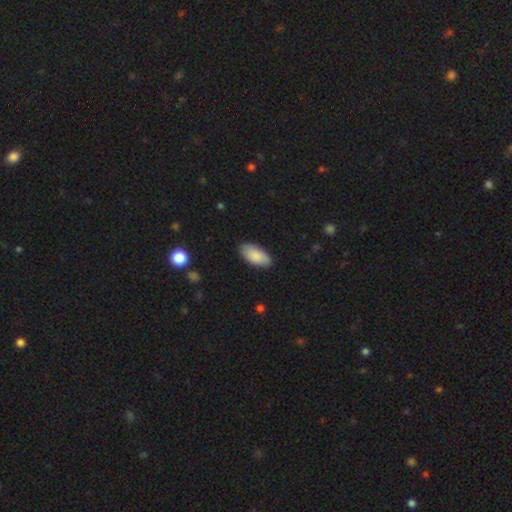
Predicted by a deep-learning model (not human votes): This is clearly a smooth galaxy (87%). How rounded: clearly in between (93%). Merging: clearly none (86%).